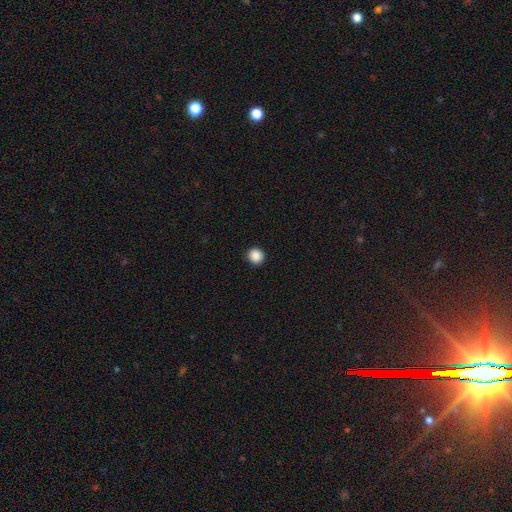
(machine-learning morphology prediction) smooth 88%, star or artifact 9%, featured or disk 2%. Down the decision tree: how rounded — round (93%); merging — none (93%).